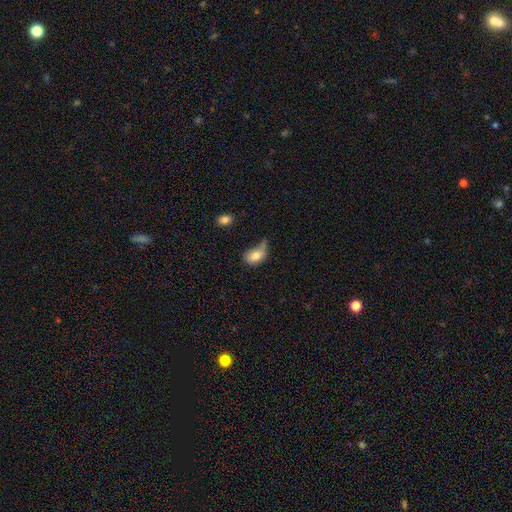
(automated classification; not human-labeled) Overall: smooth (77%). How rounded: in between (82%). Merging: minor disturbance (36%; none 29%).